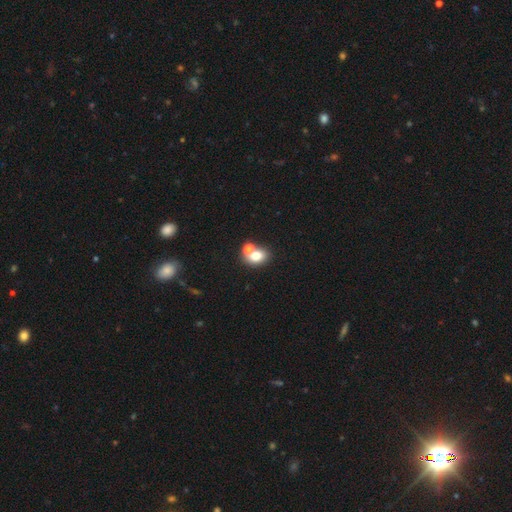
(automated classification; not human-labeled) Morphology: type=smooth (74%); roundness=in between (60%); merging=none (44%, tied with merger).